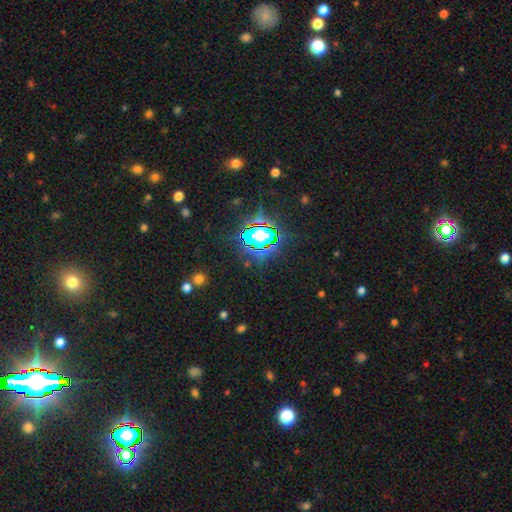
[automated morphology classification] A star or artifact, not a galaxy (83%).